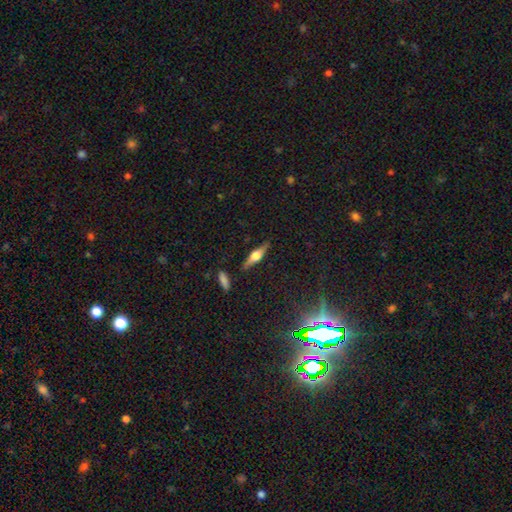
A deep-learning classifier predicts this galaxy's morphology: The model was most divided on "smooth or featured": featured or disk: 63%, smooth: 29%, star or artifact: 7%. More confident: edge-on disk — yes (95%); edge-on bulge — rounded (92%); merging — none (87%).